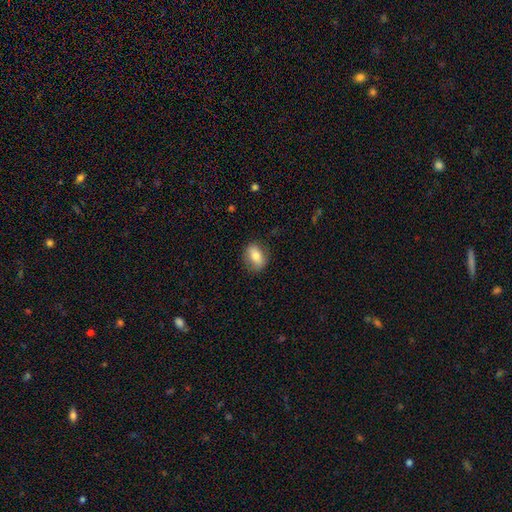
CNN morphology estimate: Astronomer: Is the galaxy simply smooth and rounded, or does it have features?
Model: smooth — 74%.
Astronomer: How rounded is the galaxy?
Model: in between — 79%.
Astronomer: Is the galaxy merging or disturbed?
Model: none — 80%.